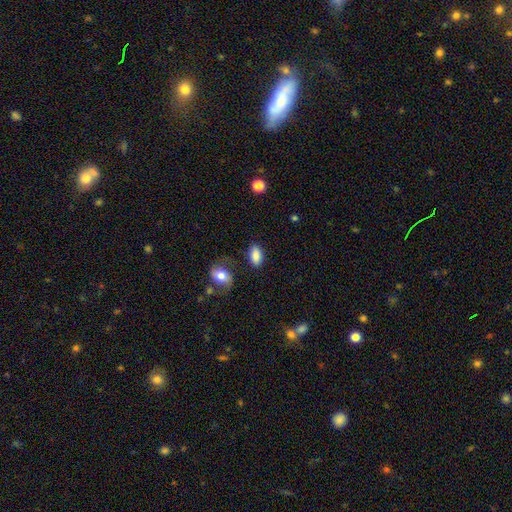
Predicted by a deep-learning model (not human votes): Q: Smooth or featured?
A: smooth (86%); runner-up: star or artifact (8%)
Q: How rounded?
A: in between (91%); runner-up: round (6%)
Q: Merging?
A: none (79%); runner-up: minor disturbance (14%)